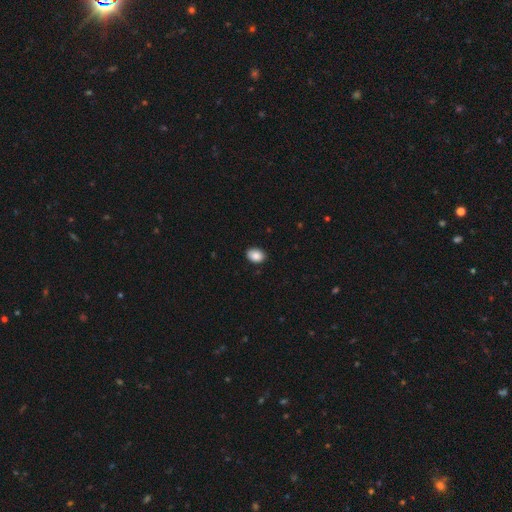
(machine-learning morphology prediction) This is clearly a smooth galaxy (88%). How rounded: likely in between (74%). Merging: clearly none (88%).